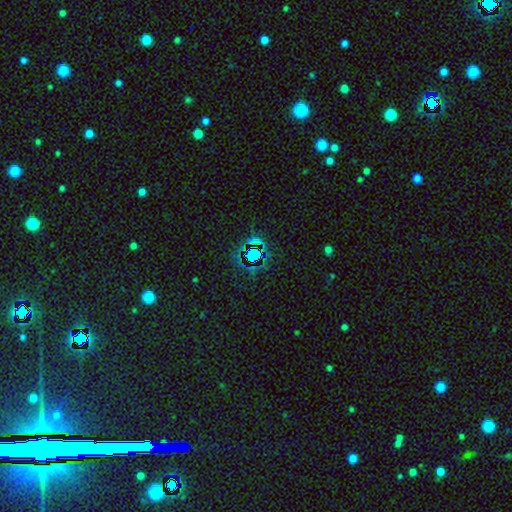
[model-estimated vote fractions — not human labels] Smooth or featured? star or artifact (69%)